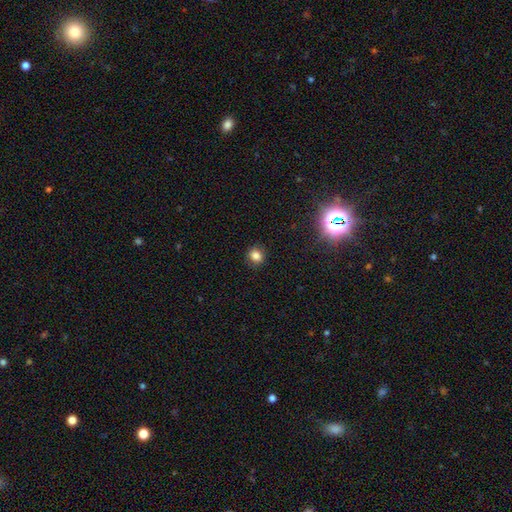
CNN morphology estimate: A smooth galaxy with no disk features (81%) that is round (76%). Merging: none (87%).